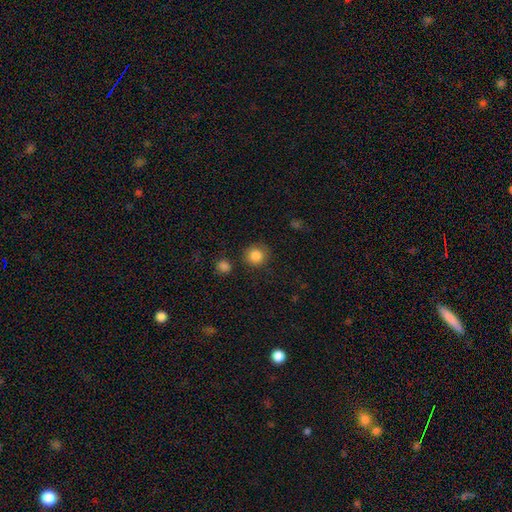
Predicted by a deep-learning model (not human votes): Smooth or featured? Predicted: smooth (p=0.85). How rounded? Predicted: round (p=0.93). Merging? Predicted: none (p=0.86).